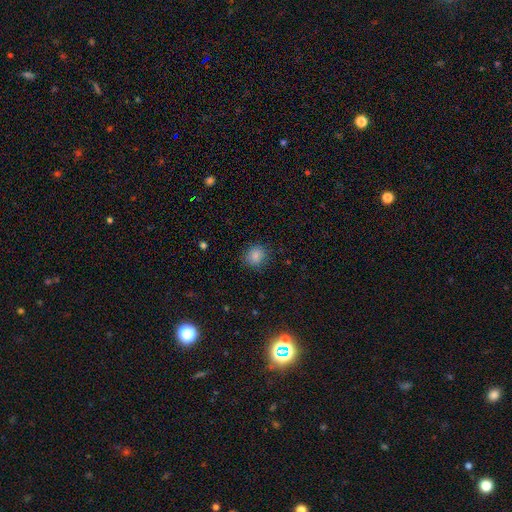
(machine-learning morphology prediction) Smooth or featured: smooth — 85% (star or artifact — 11%)
How rounded: round — 80% (in between — 19%)
Merging: none — 85% (minor disturbance — 11%)